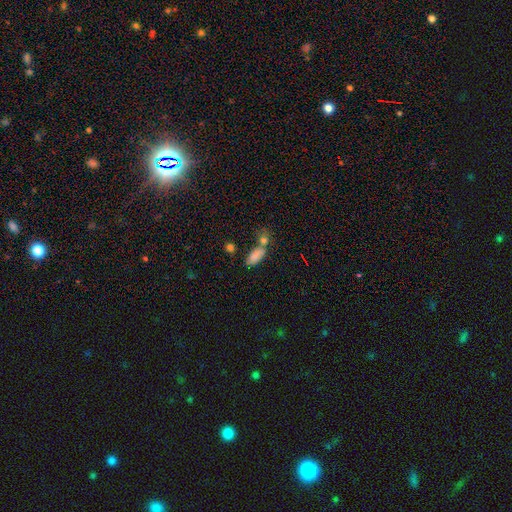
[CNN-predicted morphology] This is clearly a smooth galaxy (82%). How rounded: likely in between (80%). Merging: possibly none (49%).